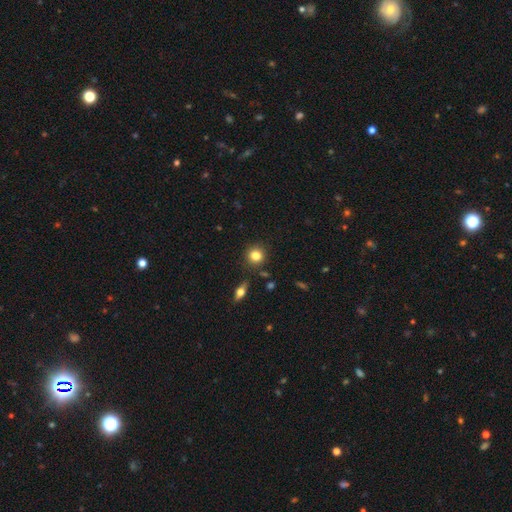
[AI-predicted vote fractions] smooth-or-featured: smooth: 82% | star or artifact: 10% | featured or disk: 8%
  how-rounded: round: 89% | in between: 10% | cigar-shaped: 1%
  merging: none: 85% | minor disturbance: 9% | merger: 4% | major disturbance: 2%